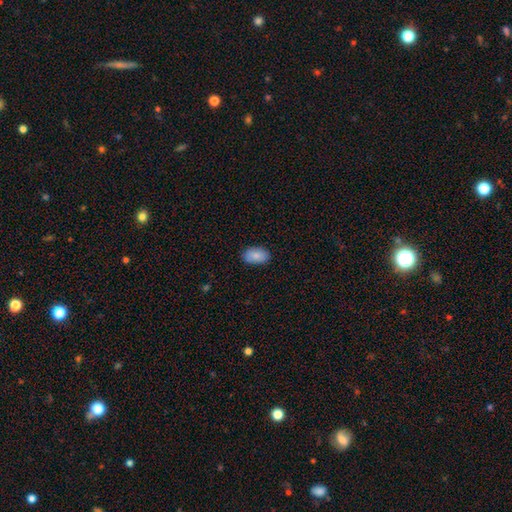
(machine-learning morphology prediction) Smooth or featured?
  - smooth: 86% *
  - featured or disk: 7%
  - star or artifact: 7%
How rounded?
  - in between: 92% *
  - round: 7%
  - cigar-shaped: 1%
Merging?
  - none: 86% *
  - minor disturbance: 11%
  - major disturbance: 2%
  - merger: 1%